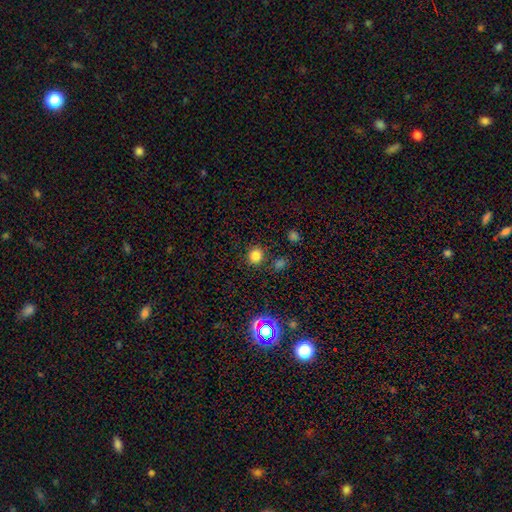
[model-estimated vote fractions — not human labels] This is likely a smooth galaxy (78%). How rounded: clearly round (88%). Merging: clearly none (87%).